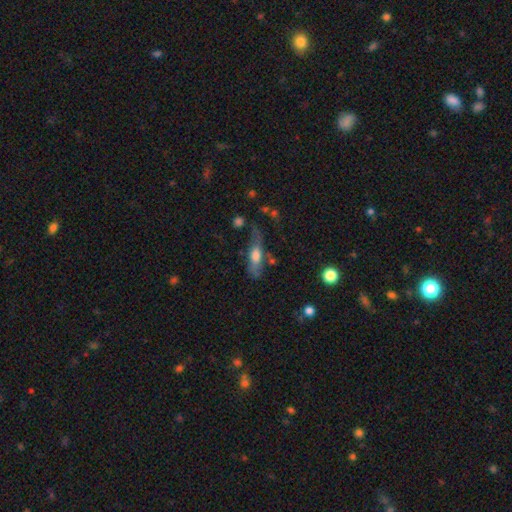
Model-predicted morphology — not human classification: smooth_or_featured: smooth (p=0.57) [alt: featured or disk p=0.35]
how_rounded: in between (p=0.54) [alt: cigar-shaped p=0.43]
merging: none (p=0.51) [alt: minor disturbance p=0.27]